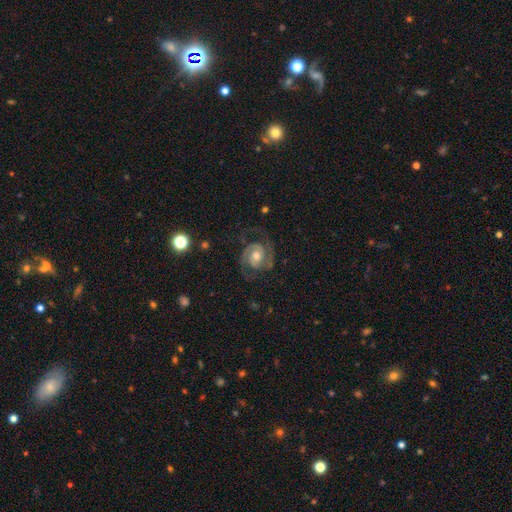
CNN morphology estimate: This appears to be a featured or disk galaxy (90%) with no bar (58%), 2 (91%) medium (47%) spiral arms (98%) and a moderate central bulge (64%). Merging: none (75%).